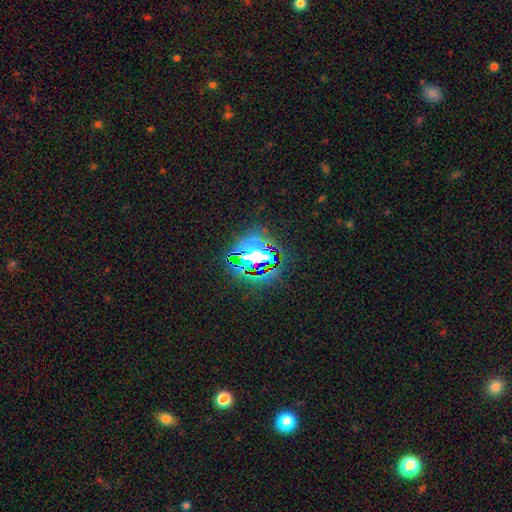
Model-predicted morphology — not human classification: A star or artifact, not a galaxy (65%).